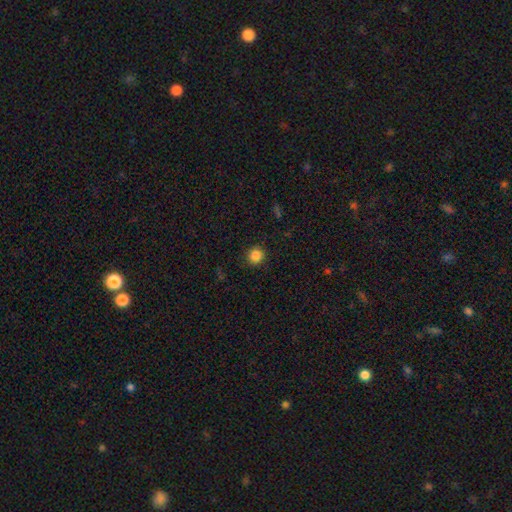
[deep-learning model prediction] smooth_or_featured: smooth (p=0.85) [alt: star or artifact p=0.11]
how_rounded: round (p=0.90) [alt: in between p=0.09]
merging: none (p=0.89) [alt: minor disturbance p=0.07]